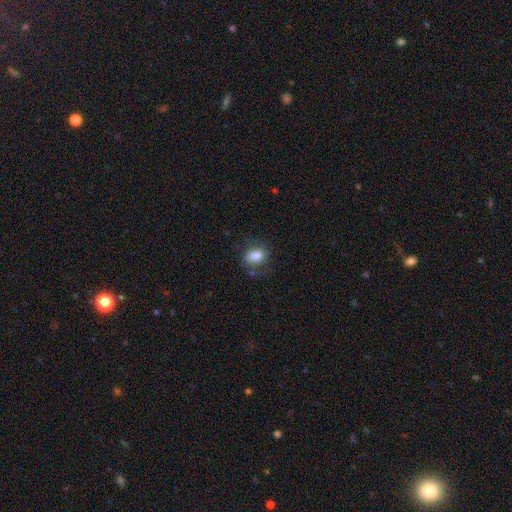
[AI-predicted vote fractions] smooth-or-featured: smooth: 79% | featured or disk: 13% | star or artifact: 9%
  how-rounded: in between: 69% | round: 29% | cigar-shaped: 2%
  merging: none: 64% | minor disturbance: 23% | major disturbance: 11% | merger: 3%